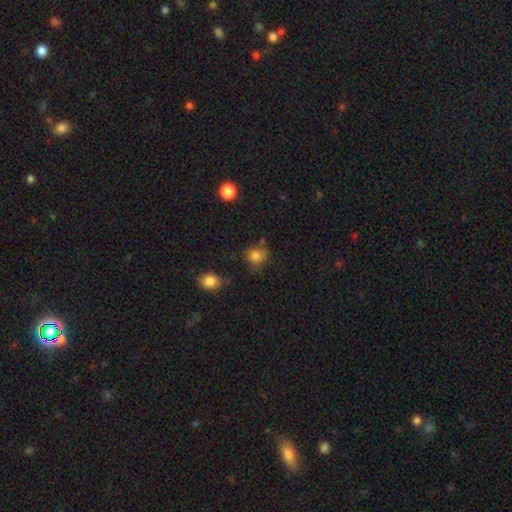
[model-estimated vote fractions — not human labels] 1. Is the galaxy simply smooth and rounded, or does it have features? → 81% smooth, 12% star or artifact, 7% featured or disk.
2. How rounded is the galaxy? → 76% round, 23% in between, 1% cigar-shaped.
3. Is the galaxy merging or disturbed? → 67% none, 22% minor disturbance, 6% merger, 6% major disturbance.